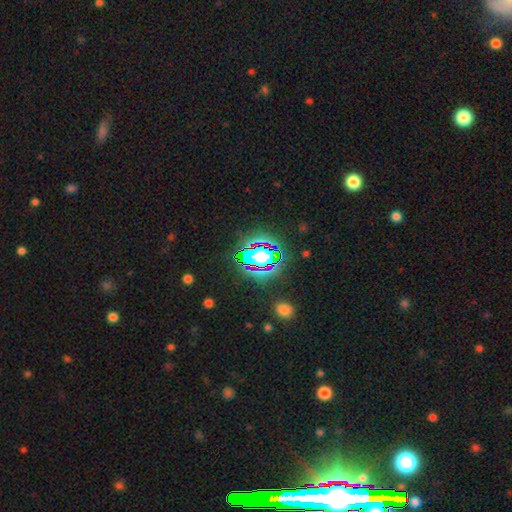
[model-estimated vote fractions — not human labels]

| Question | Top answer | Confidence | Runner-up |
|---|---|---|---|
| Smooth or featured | star or artifact | 77% | smooth (14%) |